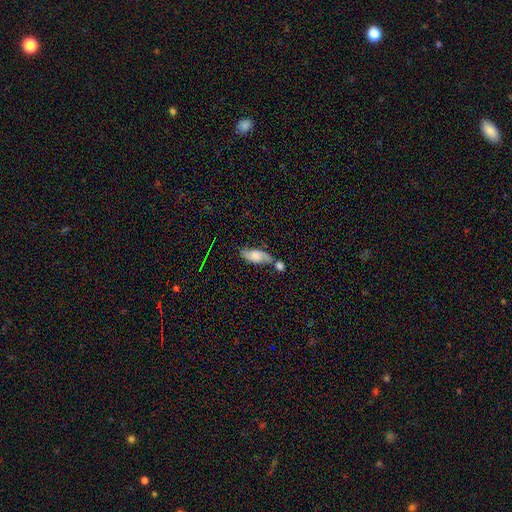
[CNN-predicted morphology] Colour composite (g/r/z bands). It shows a smooth galaxy with no disk features (61%) that is in between round and cigar-shaped (77%). Merging: none (38%).